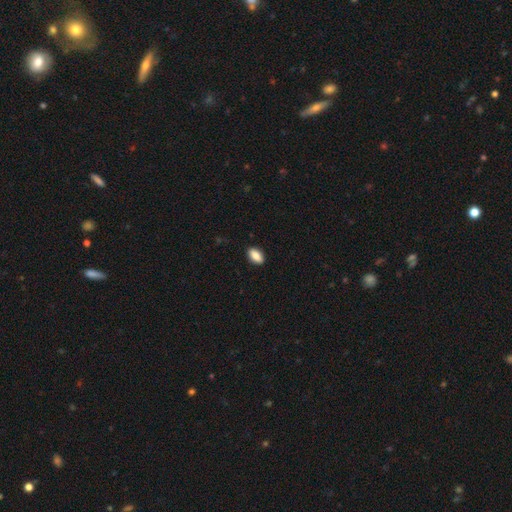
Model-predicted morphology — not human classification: Overall: smooth (89%). How rounded: in between (92%). Merging: none (89%).